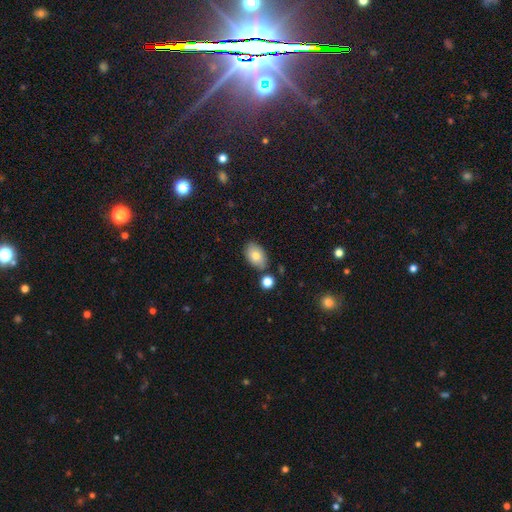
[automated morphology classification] smooth-or-featured: smooth: 78% | featured or disk: 14% | star or artifact: 8%
  how-rounded: in between: 89% | round: 10% | cigar-shaped: 1%
  merging: none: 77% | minor disturbance: 13% | merger: 7% | major disturbance: 3%